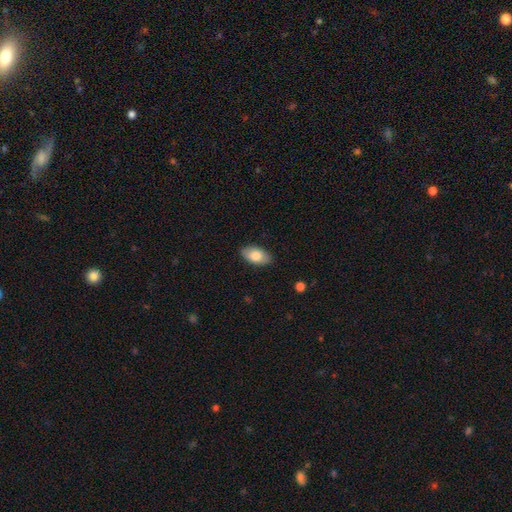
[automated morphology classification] smooth-or-featured: smooth: 80% | featured or disk: 14% | star or artifact: 6%
  how-rounded: in between: 94% | round: 4% | cigar-shaped: 2%
  merging: none: 87% | minor disturbance: 10% | major disturbance: 2% | merger: 1%